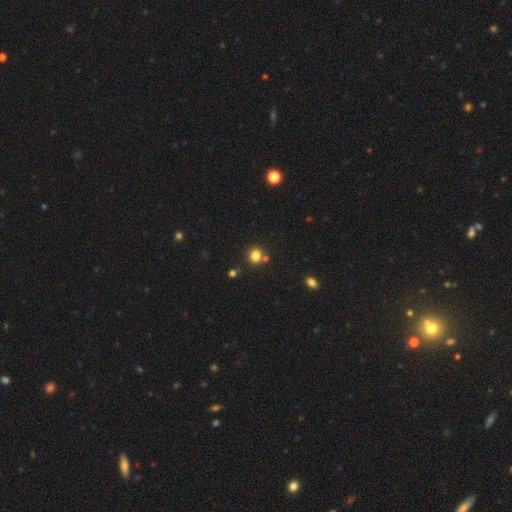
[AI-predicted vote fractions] Smooth or featured? Predicted: smooth (p=0.81). How rounded? Predicted: round (p=0.71). Merging? Predicted: none (p=0.71).